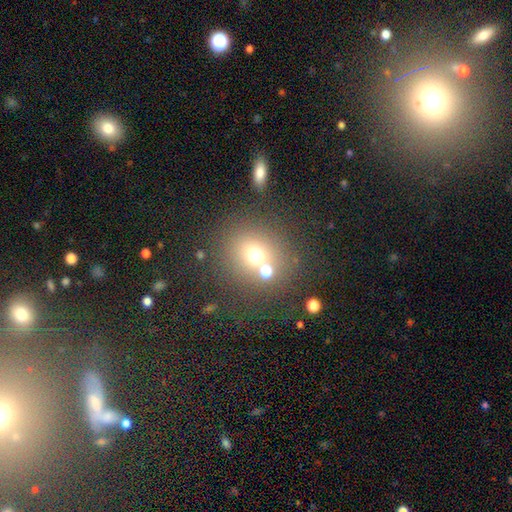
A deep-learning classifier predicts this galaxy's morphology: This appears to be a smooth galaxy with no disk features (65%) that is round (85%). Merging: none (66%).